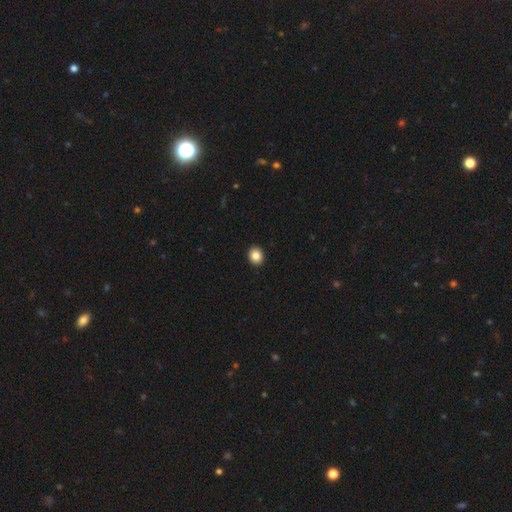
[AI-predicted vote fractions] Overall: smooth (86%). How rounded: round (61%; in between 38%). Merging: none (93%).